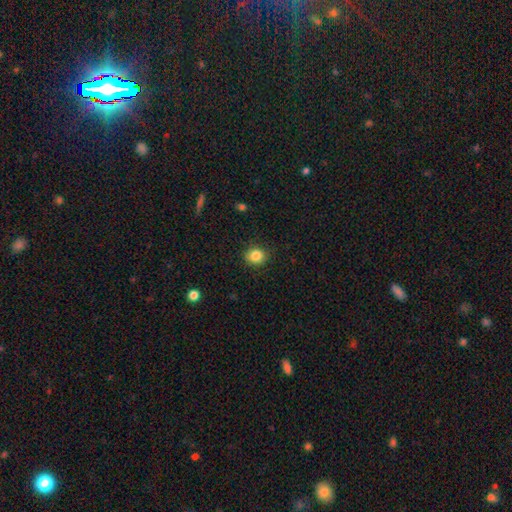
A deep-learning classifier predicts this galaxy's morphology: type=smooth (84%); roundness=round (72%); merging=none (87%).